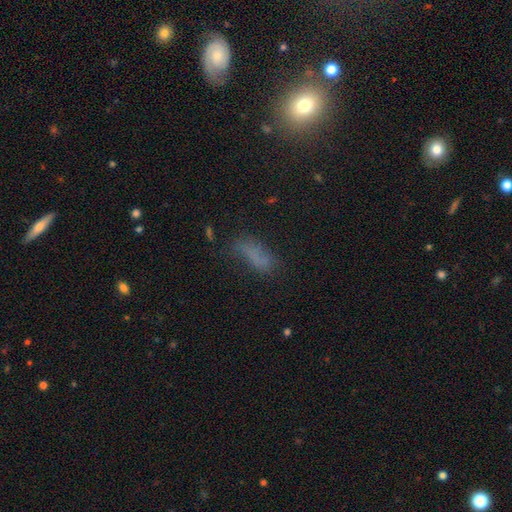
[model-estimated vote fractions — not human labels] A smooth galaxy with no disk features (67%) that is in between round and cigar-shaped (67%).

Vote fractions:
- Smooth or featured? smooth: 67% / star or artifact: 17% / featured or disk: 16%
- How rounded? in between: 67% / cigar-shaped: 29% / round: 4%
- Merging? none: 53% / minor disturbance: 26% / major disturbance: 16% / merger: 5%